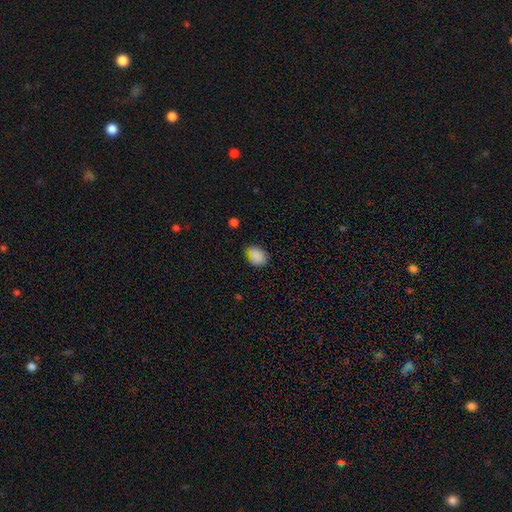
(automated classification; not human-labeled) Smooth or featured?
  - smooth: 84% *
  - star or artifact: 11%
  - featured or disk: 5%
How rounded?
  - in between: 60% *
  - round: 39%
  - cigar-shaped: 1%
Merging?
  - none: 60% *
  - minor disturbance: 31%
  - major disturbance: 6%
  - merger: 2%